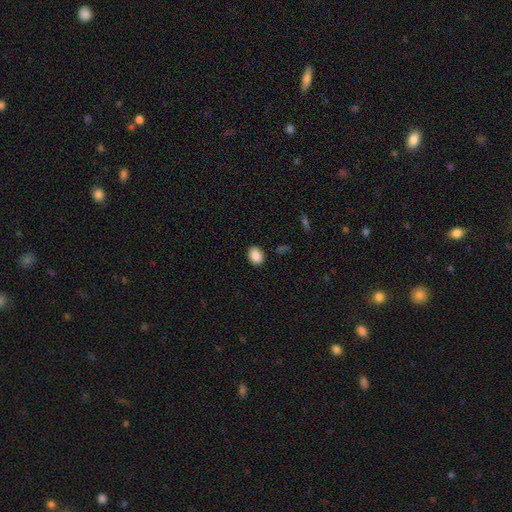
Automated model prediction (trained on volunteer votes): This appears to be a smooth galaxy with no disk features (88%) that is in between round and cigar-shaped (64%). Merging: none (87%).